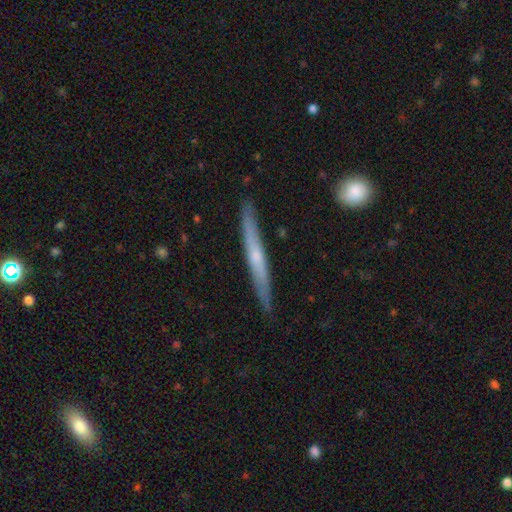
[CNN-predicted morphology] Smooth or featured? Predicted: featured or disk (p=0.55). Edge-on disk? Predicted: yes (p=0.95). Edge-on bulge? Predicted: none (p=0.50). Merging? Predicted: none (p=0.88).